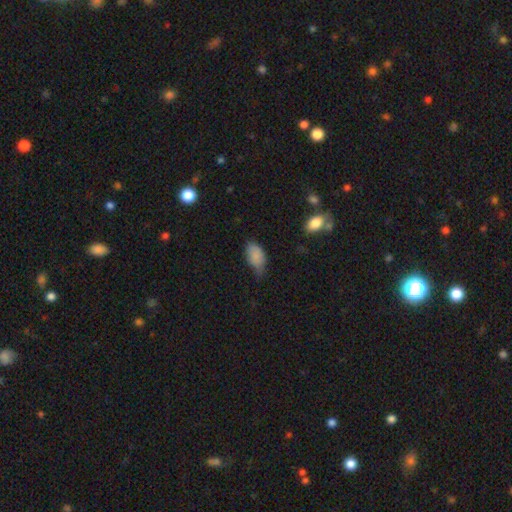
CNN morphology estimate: type=smooth (84%); roundness=in between (93%); merging=minor disturbance (45%).